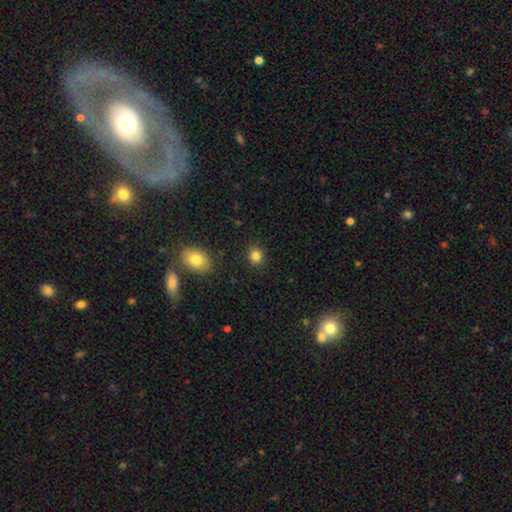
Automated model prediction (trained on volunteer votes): A smooth galaxy with no disk features (84%) that is round (79%).

Vote fractions:
- Smooth or featured? smooth: 84% / star or artifact: 11% / featured or disk: 5%
- How rounded? round: 79% / in between: 20% / cigar-shaped: 1%
- Merging? none: 89% / minor disturbance: 7% / major disturbance: 2% / merger: 2%